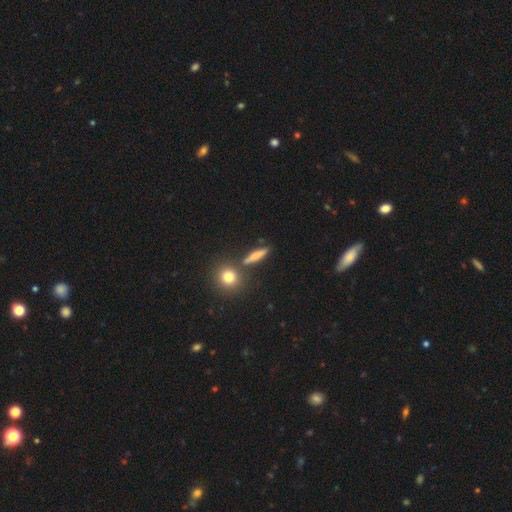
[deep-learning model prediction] smooth_or_featured: smooth (p=0.69) [alt: featured or disk p=0.20]
how_rounded: cigar-shaped (p=0.66) [alt: in between p=0.18]
merging: none (p=0.80) [alt: minor disturbance p=0.10]